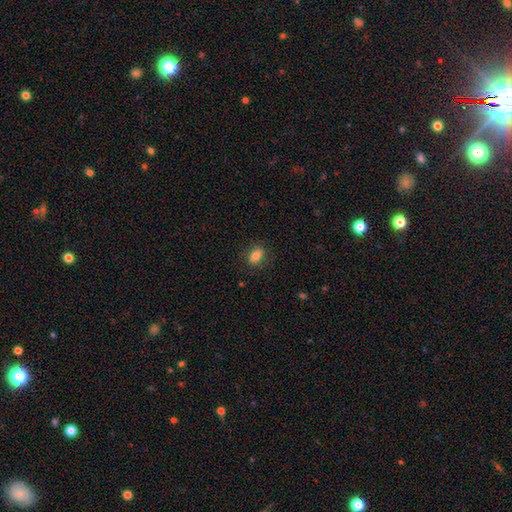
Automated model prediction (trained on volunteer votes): Smooth or featured? smooth (81%)
How rounded? in between (74%)
Merging? none (83%)